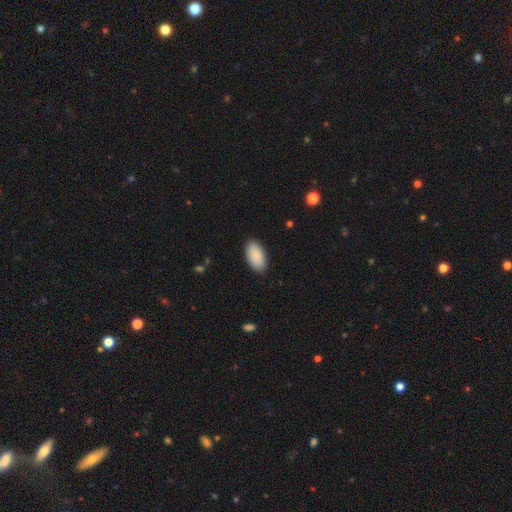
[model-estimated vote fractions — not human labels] Smooth or featured? Predicted: smooth (p=0.90). How rounded? Predicted: in between (p=0.95). Merging? Predicted: none (p=0.89).